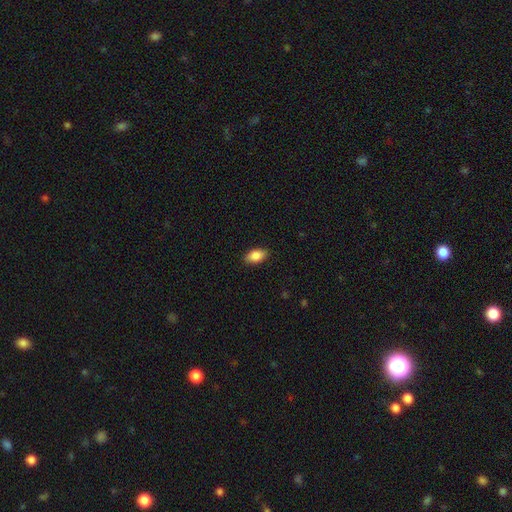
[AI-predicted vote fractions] A smooth galaxy with no disk features (87%) that is in between round and cigar-shaped (91%).

Vote fractions:
- Smooth or featured? smooth: 87% / star or artifact: 7% / featured or disk: 6%
- How rounded? in between: 91% / round: 5% / cigar-shaped: 4%
- Merging? none: 88% / minor disturbance: 9% / major disturbance: 2% / merger: 1%